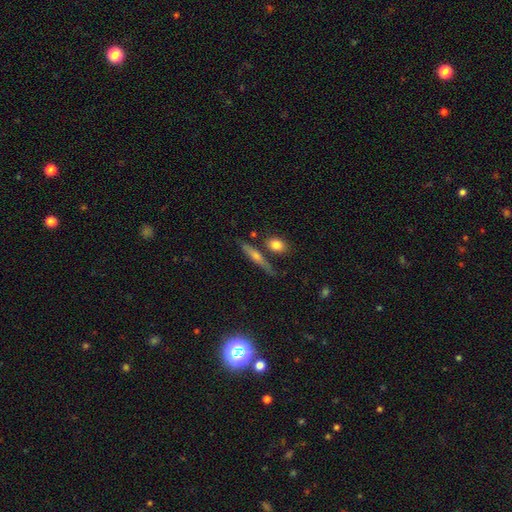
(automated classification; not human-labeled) This appears to be a featured or disk galaxy (50%) viewed edge-on (92%). Merging: none (76%).